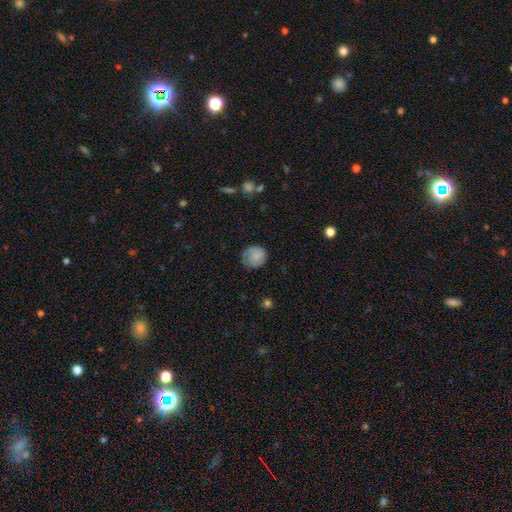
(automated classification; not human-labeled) This appears to be a smooth galaxy with no disk features (75%) that is round (83%). Merging: none (66%).